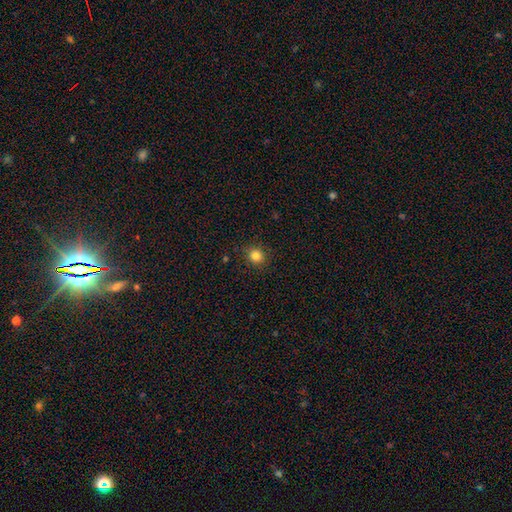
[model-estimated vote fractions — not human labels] This is clearly a smooth galaxy (83%). How rounded: clearly round (90%). Merging: clearly none (90%).